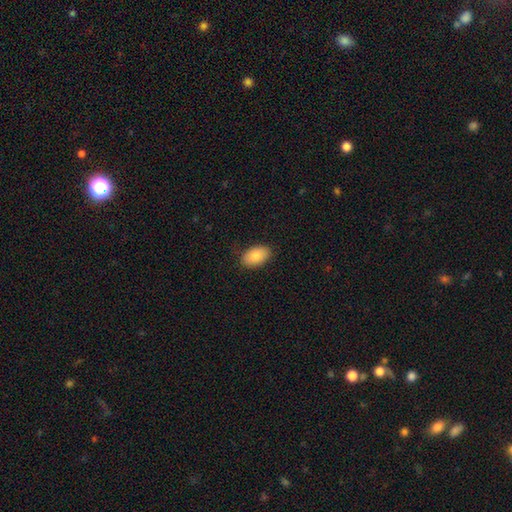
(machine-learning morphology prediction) A smooth galaxy with no disk features (85%) that is in between round and cigar-shaped (93%). Merging: none (86%).